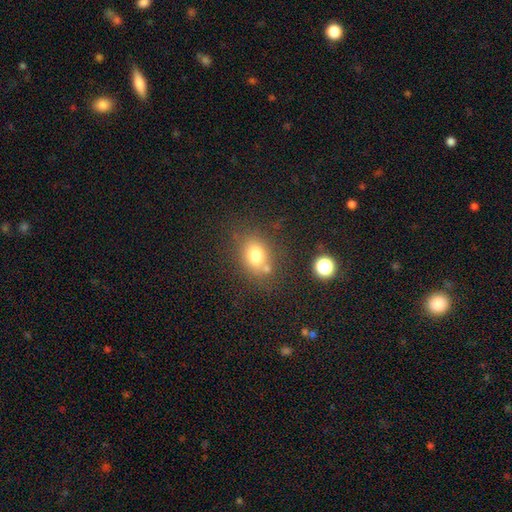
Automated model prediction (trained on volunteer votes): Morphology: type=smooth (75%); roundness=in between (55%); merging=none (66%).